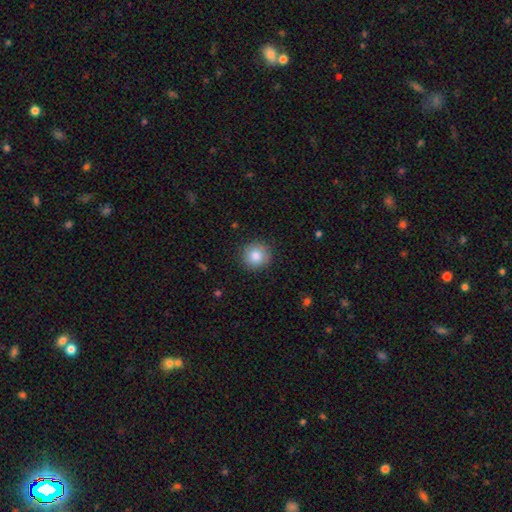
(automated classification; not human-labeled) Q: Smooth or featured?
A: smooth (84%); runner-up: star or artifact (9%)
Q: How rounded?
A: round (94%); runner-up: in between (6%)
Q: Merging?
A: none (88%); runner-up: minor disturbance (8%)